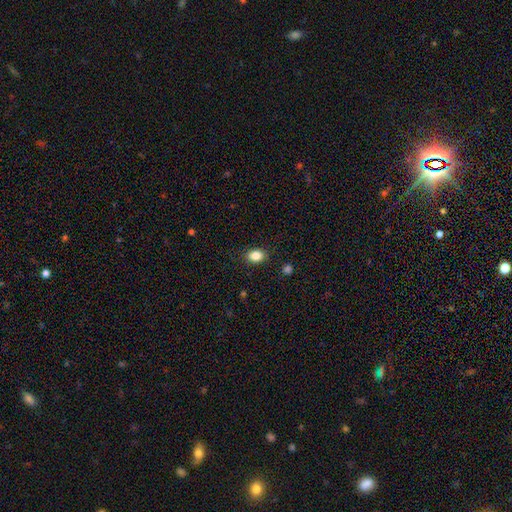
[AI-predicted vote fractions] A smooth galaxy with no disk features (85%) that is in between round and cigar-shaped (66%).

Vote fractions:
- Smooth or featured? smooth: 85% / star or artifact: 10% / featured or disk: 5%
- How rounded? in between: 66% / round: 33% / cigar-shaped: 1%
- Merging? none: 87% / minor disturbance: 10% / major disturbance: 3% / merger: 1%